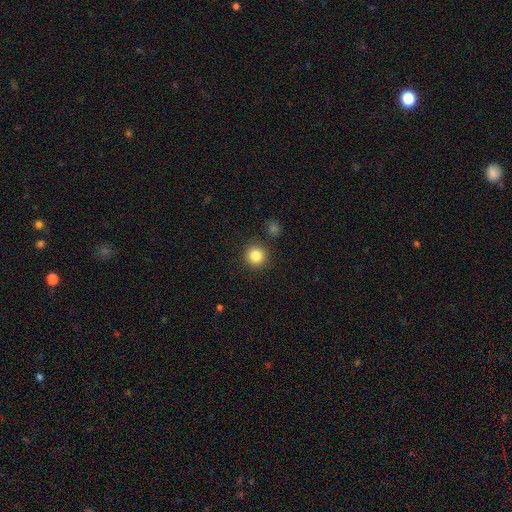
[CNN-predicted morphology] Smooth or featured? Predicted: smooth (p=0.85). How rounded? Predicted: round (p=0.93). Merging? Predicted: none (p=0.89).